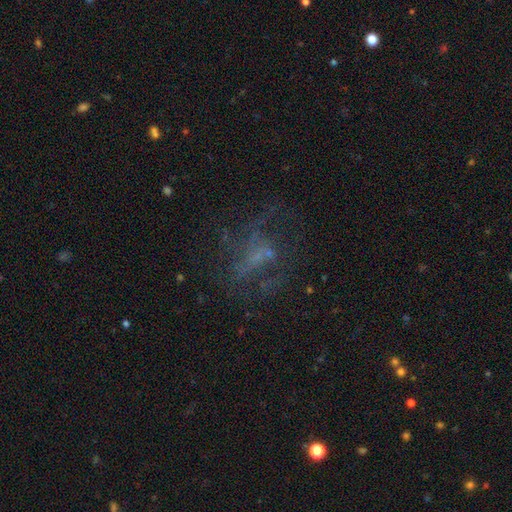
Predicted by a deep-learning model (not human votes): Smooth or featured? Predicted: featured or disk (p=0.51). Edge-on disk? Predicted: no (p=0.96). Merging? Predicted: none (p=0.50).